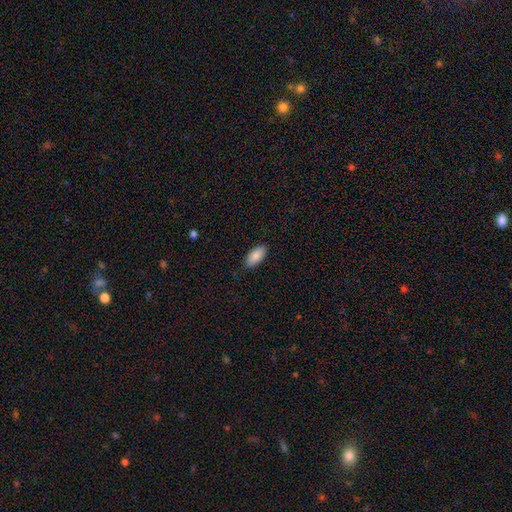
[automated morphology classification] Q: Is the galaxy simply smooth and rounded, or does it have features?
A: smooth — 88%.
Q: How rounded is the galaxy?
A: in between — 92%.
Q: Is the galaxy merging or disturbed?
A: none — 88%.